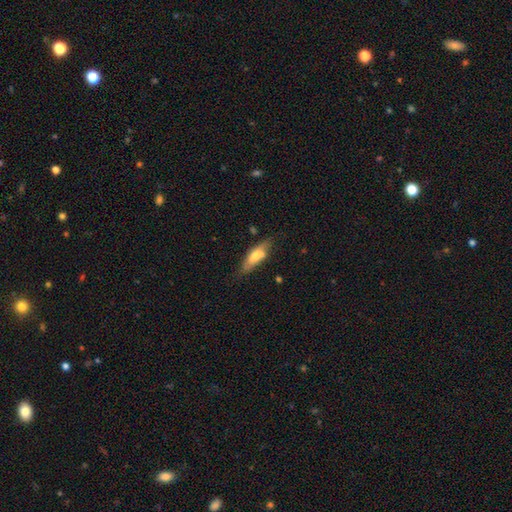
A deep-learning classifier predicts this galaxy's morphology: type=smooth (62%); roundness=in between (55%); merging=none (67%).